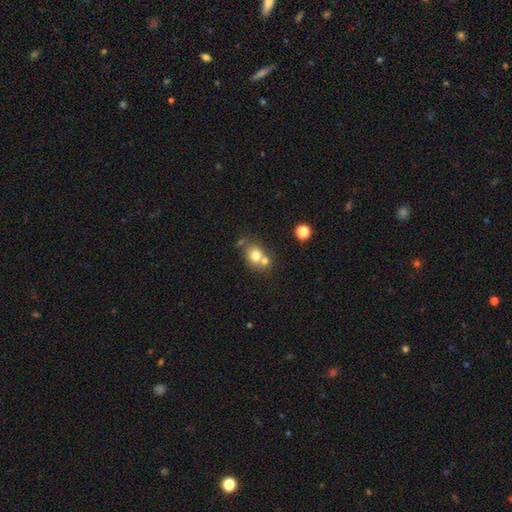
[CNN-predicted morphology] This appears to be a smooth galaxy with no disk features (74%) that is round (64%). Merging: none (44%).